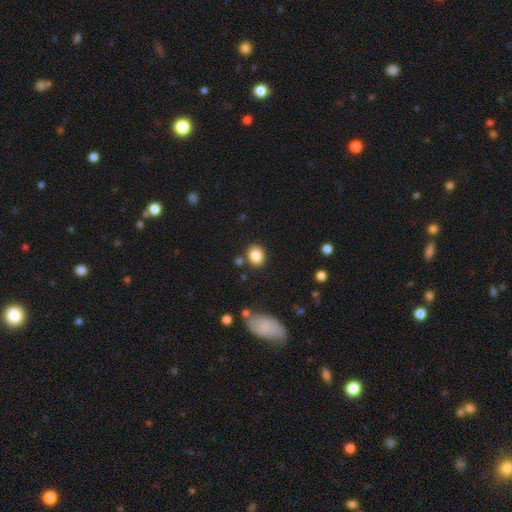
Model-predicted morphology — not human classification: This is clearly a smooth galaxy (85%). How rounded: likely round (64%). Merging: clearly none (83%).